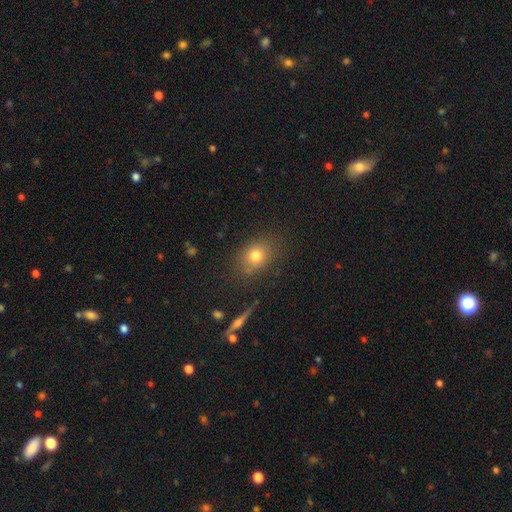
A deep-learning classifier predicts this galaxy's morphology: Q: Smooth or featured?
A: smooth (75%); runner-up: star or artifact (13%)
Q: How rounded?
A: in between (51%); runner-up: round (47%)
Q: Merging?
A: none (76%); runner-up: minor disturbance (15%)